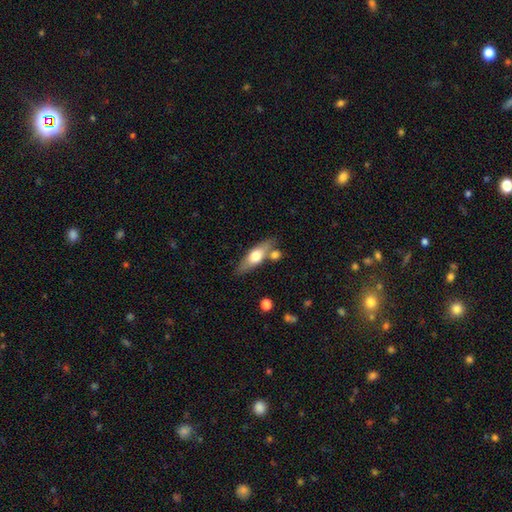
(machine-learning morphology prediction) This is possibly a smooth galaxy (53%). How rounded: possibly in between (49%). Merging: likely none (69%).